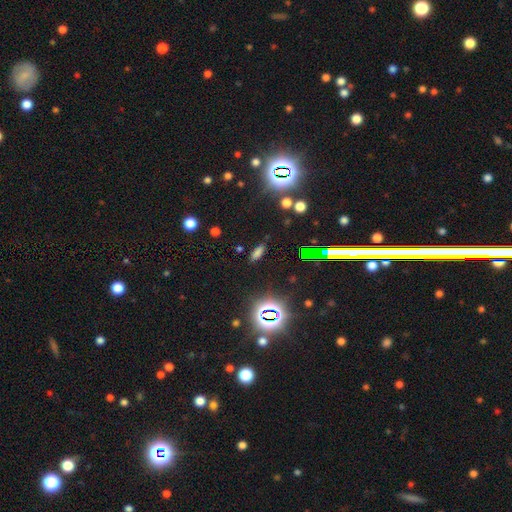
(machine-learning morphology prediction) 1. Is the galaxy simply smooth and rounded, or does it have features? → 63% smooth, 29% star or artifact, 9% featured or disk.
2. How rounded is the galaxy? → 70% in between, 25% cigar-shaped, 6% round.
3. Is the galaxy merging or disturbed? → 84% none, 10% minor disturbance, 4% major disturbance, 2% merger.